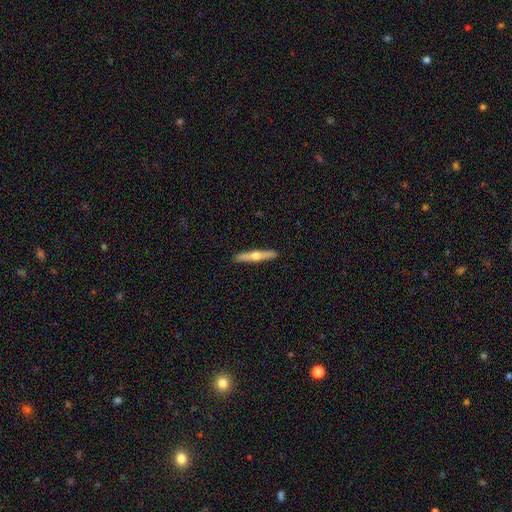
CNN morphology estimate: smooth_or_featured: featured or disk (p=0.56) [alt: smooth p=0.38]
disk_edge_on: yes (p=0.95) [alt: no p=0.05]
edge_on_bulge: rounded (p=0.92) [alt: none p=0.05]
merging: none (p=0.92) [alt: minor disturbance p=0.06]